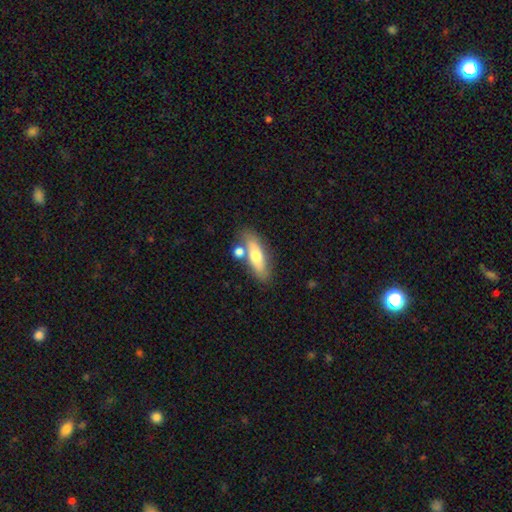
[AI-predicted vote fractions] smooth-or-featured: smooth: 59% | featured or disk: 34% | star or artifact: 7%
  how-rounded: in between: 57% | cigar-shaped: 39% | round: 4%
  merging: none: 64% | merger: 19% | minor disturbance: 14% | major disturbance: 4%